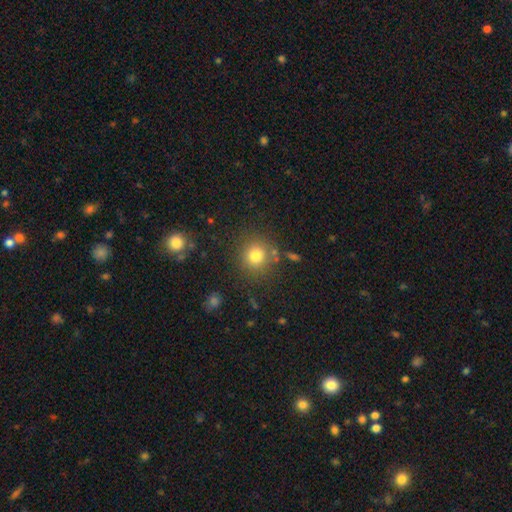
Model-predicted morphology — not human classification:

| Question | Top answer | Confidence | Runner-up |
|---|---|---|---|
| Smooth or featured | smooth | 78% | star or artifact (13%) |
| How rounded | round | 91% | in between (9%) |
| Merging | none | 82% | minor disturbance (9%) |